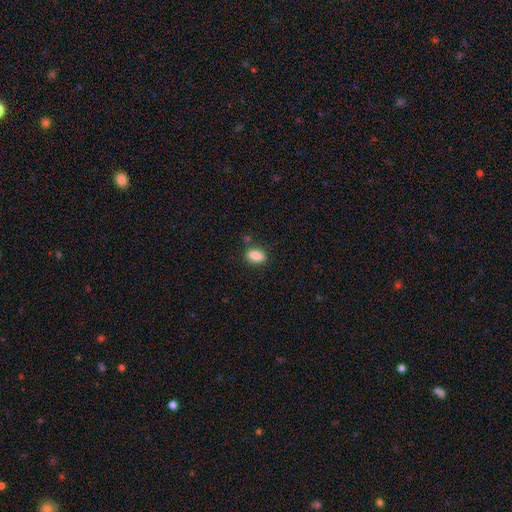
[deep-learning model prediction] smooth-or-featured: smooth: 86% | star or artifact: 8% | featured or disk: 5%
  how-rounded: in between: 83% | cigar-shaped: 10% | round: 7%
  merging: none: 82% | minor disturbance: 11% | merger: 4% | major disturbance: 3%